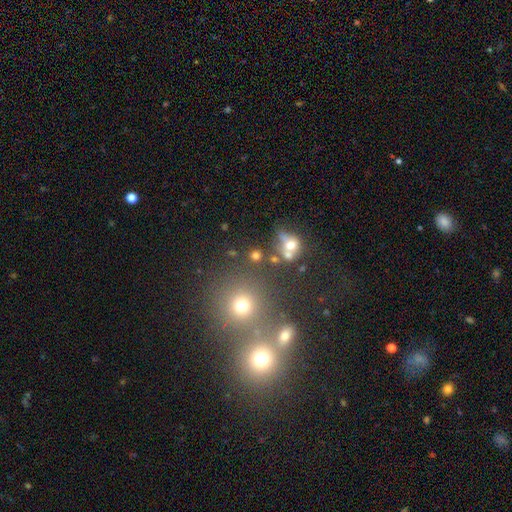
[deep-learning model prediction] Smooth or featured: smooth — 69% (star or artifact — 20%)
How rounded: round — 80% (in between — 18%)
Merging: none — 62% (merger — 20%)